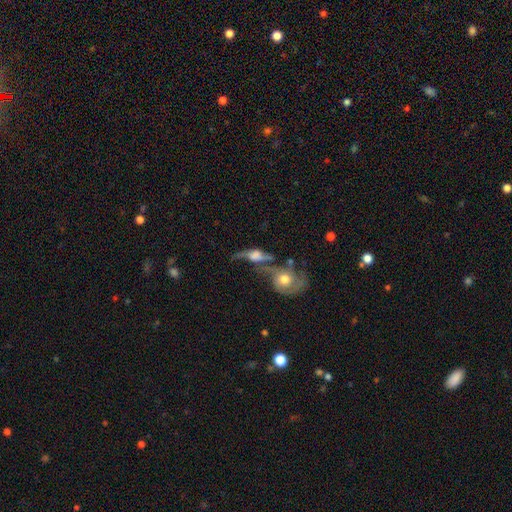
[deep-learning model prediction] smooth_or_featured: featured or disk (p=0.67) [alt: smooth p=0.24]
disk_edge_on: no (p=0.68) [alt: yes p=0.32]
merging: merger (p=0.50) [alt: none p=0.21]